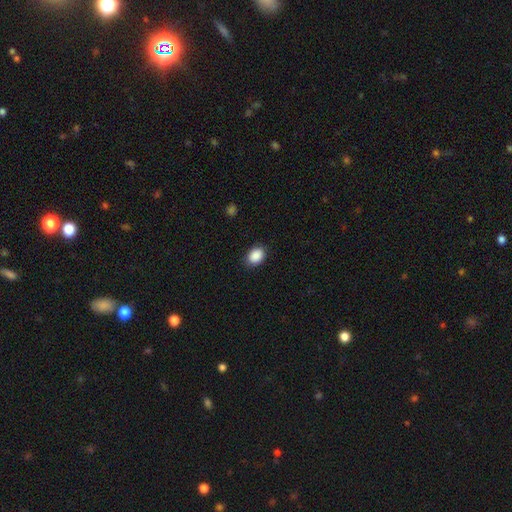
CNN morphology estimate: Smooth or featured? smooth (89%)
How rounded? in between (63%)
Merging? none (86%)